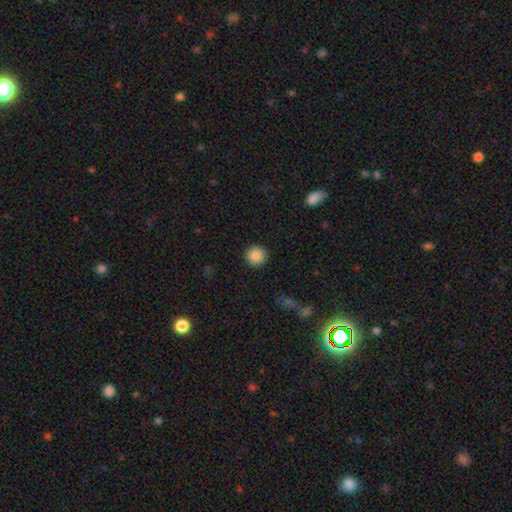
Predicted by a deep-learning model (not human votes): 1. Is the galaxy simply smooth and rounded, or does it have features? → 87% smooth, 9% star or artifact, 4% featured or disk.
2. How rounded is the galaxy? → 93% round, 6% in between, 1% cigar-shaped.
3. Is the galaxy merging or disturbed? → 92% none, 5% minor disturbance, 2% major disturbance, 1% merger.